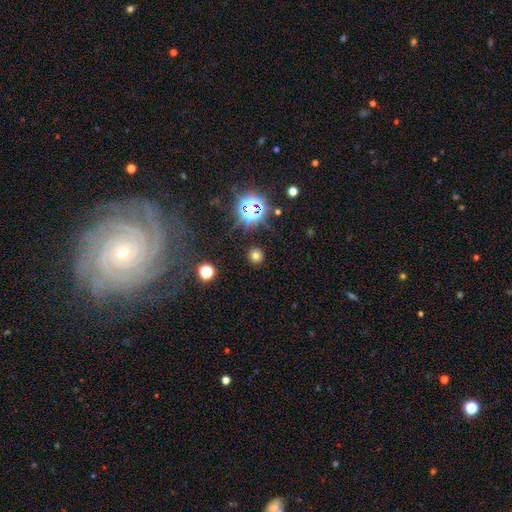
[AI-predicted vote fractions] smooth_or_featured: smooth (p=0.68) [alt: star or artifact p=0.24]
how_rounded: round (p=0.93) [alt: in between p=0.06]
merging: none (p=0.89) [alt: minor disturbance p=0.07]